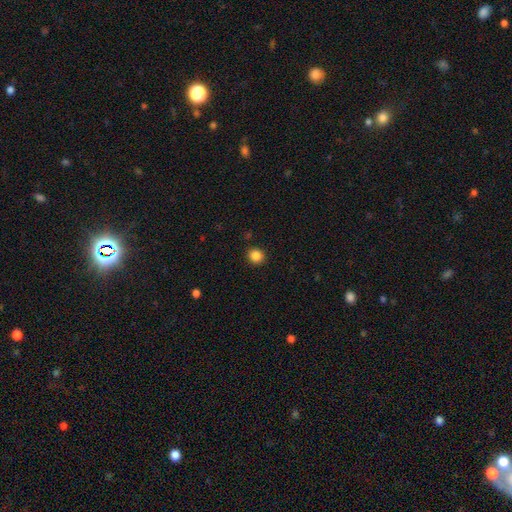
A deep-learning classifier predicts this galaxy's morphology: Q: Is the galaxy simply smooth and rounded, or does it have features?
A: smooth — 85%.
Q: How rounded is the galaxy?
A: round — 87%.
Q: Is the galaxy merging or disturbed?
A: none — 91%.